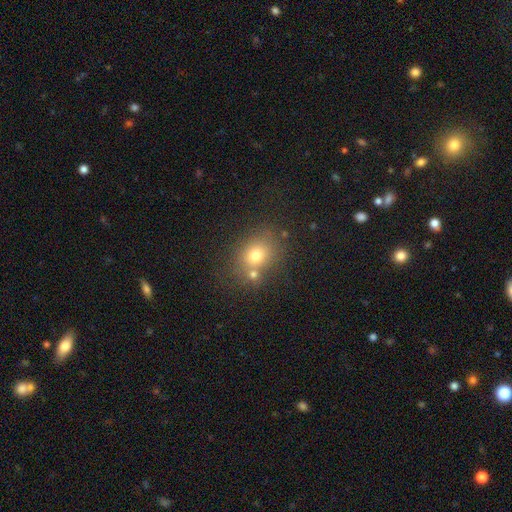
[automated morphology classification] This appears to be a smooth galaxy with no disk features (73%) that is round (57%). Merging: none (60%).